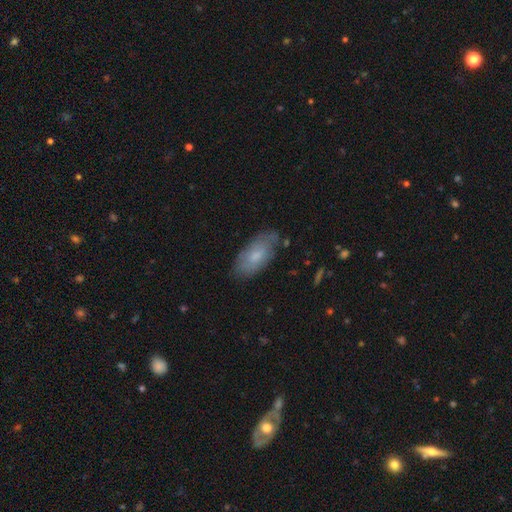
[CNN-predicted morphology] Overall: smooth (69%). How rounded: in between (90%). Merging: none (74%).